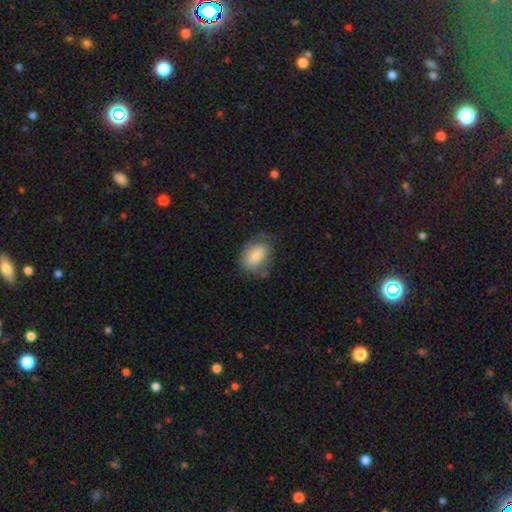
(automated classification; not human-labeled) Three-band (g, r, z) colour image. It shows a smooth galaxy with no disk features (78%) that is in between round and cigar-shaped (85%). Merging: none (54%).